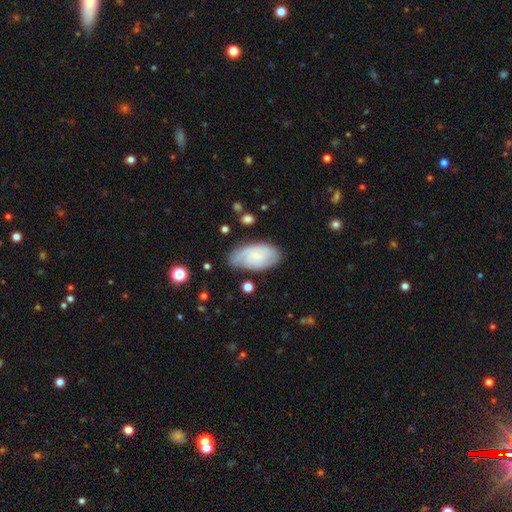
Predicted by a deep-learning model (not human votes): smooth_or_featured: featured or disk (p=0.54) [alt: smooth p=0.40]
disk_edge_on: no (p=0.94) [alt: yes p=0.06]
bar: no (p=0.74) [alt: weak p=0.23]
has_spiral_arms: yes (p=0.82) [alt: no p=0.18]
bulge_size: small (p=0.77) [alt: moderate p=0.16]
merging: none (p=0.68) [alt: minor disturbance p=0.23]